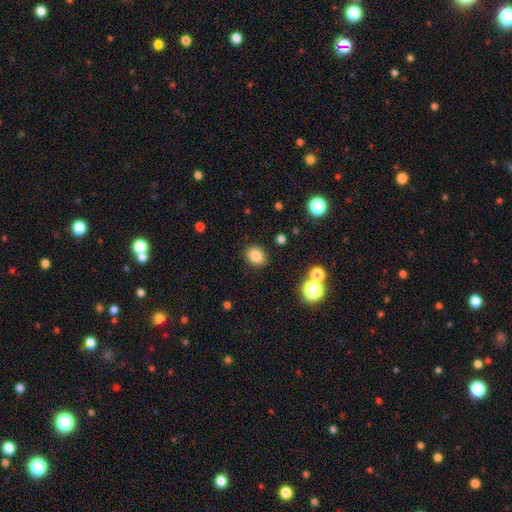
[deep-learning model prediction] smooth-or-featured: smooth: 82% | star or artifact: 12% | featured or disk: 6%
  how-rounded: in between: 55% | round: 45% | cigar-shaped: 1%
  merging: none: 87% | minor disturbance: 9% | major disturbance: 3% | merger: 2%